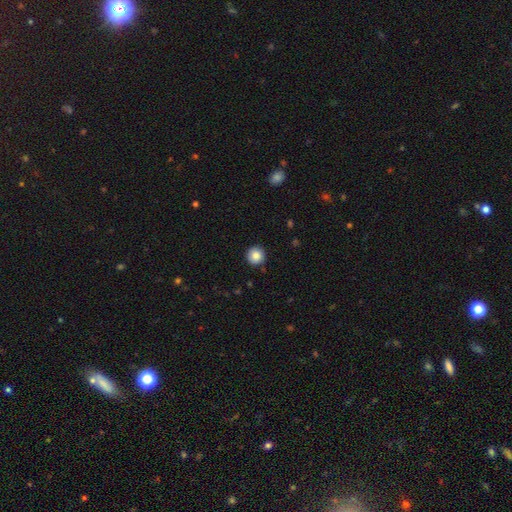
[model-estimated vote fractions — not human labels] Q: Smooth or featured?
A: smooth (86%); runner-up: star or artifact (9%)
Q: How rounded?
A: round (94%); runner-up: in between (5%)
Q: Merging?
A: none (91%); runner-up: minor disturbance (7%)